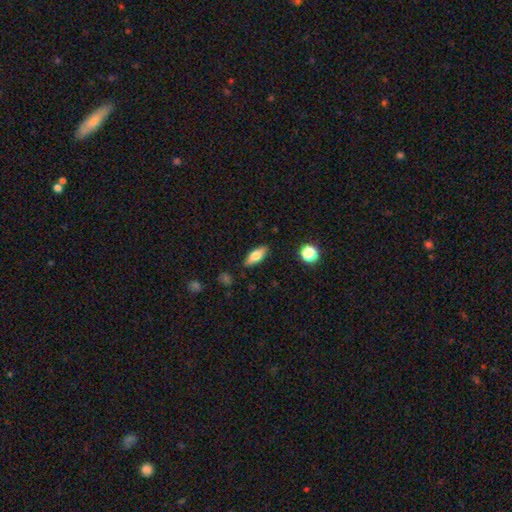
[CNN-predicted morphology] smooth 67%, featured or disk 26%, star or artifact 7%. Down the decision tree: how rounded — in between (71%); merging — none (86%).